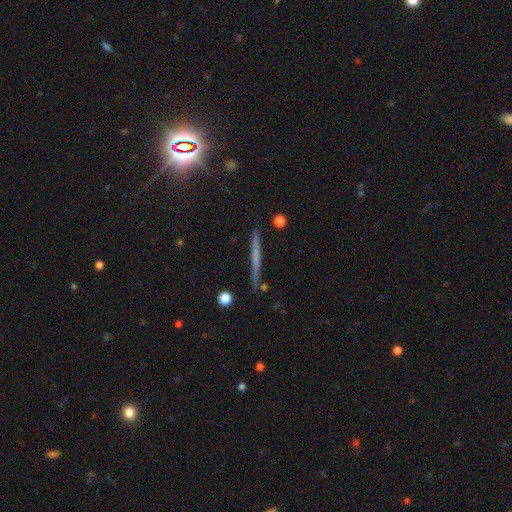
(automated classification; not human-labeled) Q: Smooth or featured?
A: featured or disk (49%); runner-up: smooth (42%)
Q: Merging?
A: none (89%); runner-up: minor disturbance (7%)